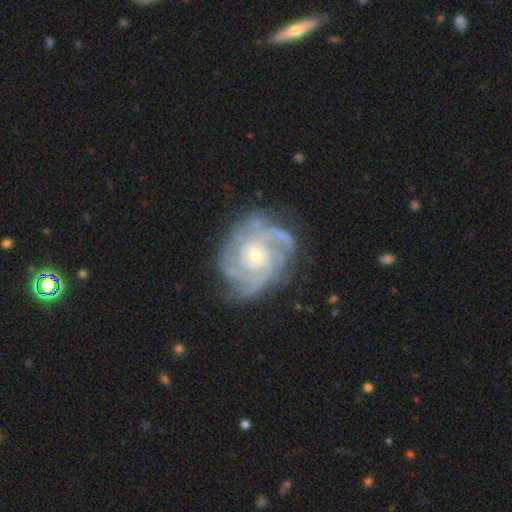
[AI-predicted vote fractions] smooth_or_featured: featured or disk (p=0.90) [alt: star or artifact p=0.05]
disk_edge_on: no (p=0.98) [alt: yes p=0.02]
bar: no (p=0.71) [alt: weak p=0.23]
has_spiral_arms: yes (p=0.98) [alt: no p=0.02]
spiral_winding: tight (p=0.68) [alt: medium p=0.28]
spiral_arm_count: 3 (p=0.30) [alt: 2 p=0.21]
bulge_size: small (p=0.64) [alt: moderate p=0.32]
merging: none (p=0.73) [alt: minor disturbance p=0.18]